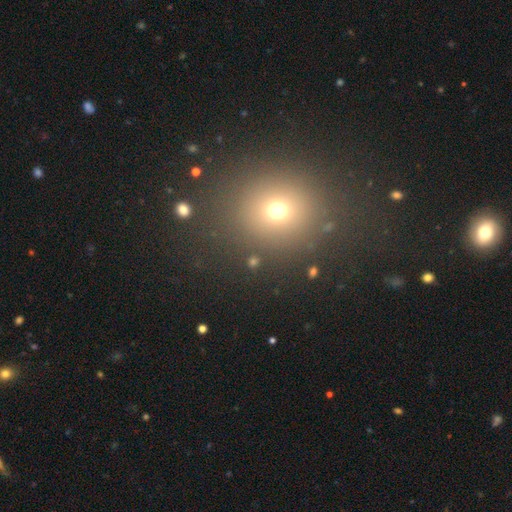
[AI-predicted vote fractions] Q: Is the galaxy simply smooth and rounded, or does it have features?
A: smooth — 61%.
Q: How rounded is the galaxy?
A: round — 78%.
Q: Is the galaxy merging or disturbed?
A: none — 85%.